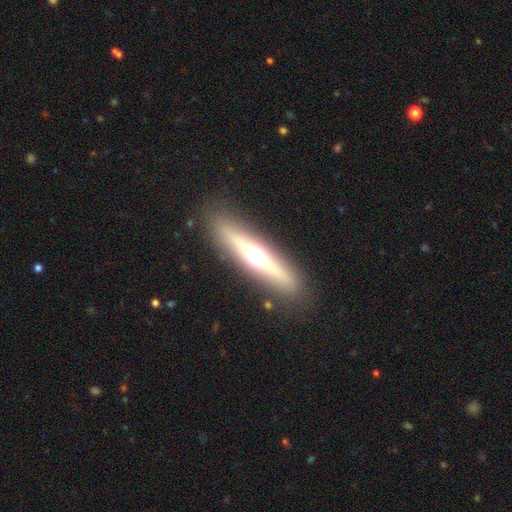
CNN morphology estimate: The model was most divided on "smooth or featured": featured or disk: 60%, smooth: 32%, star or artifact: 8%. More confident: edge-on bulge — rounded (92%); edge-on disk — yes (91%); merging — none (88%).